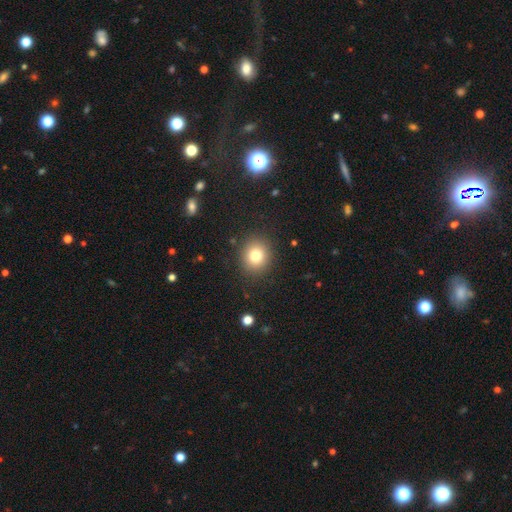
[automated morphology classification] smooth 78%, star or artifact 13%, featured or disk 9%. Down the decision tree: how rounded — round (82%); merging — none (89%).